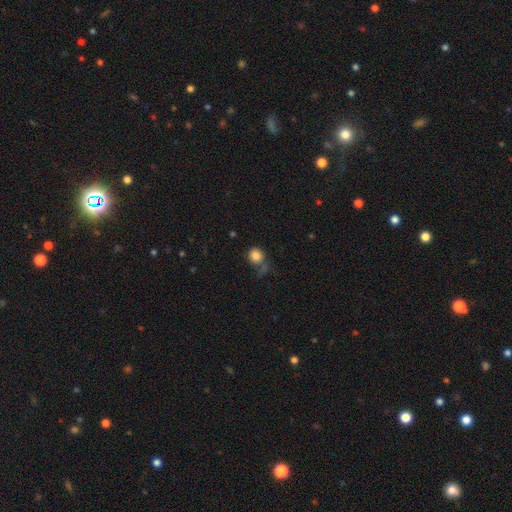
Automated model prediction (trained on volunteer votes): Overall: smooth (84%). How rounded: round (83%). Merging: none (50%; minor disturbance 20%).